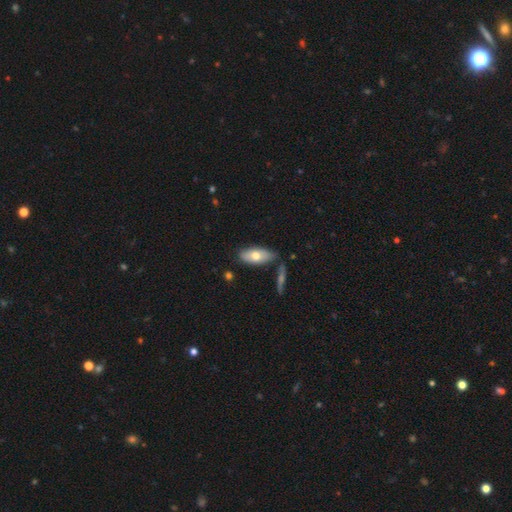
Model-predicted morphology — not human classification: A smooth galaxy with no disk features (69%) that is in between round and cigar-shaped (84%). Merging: none (73%).